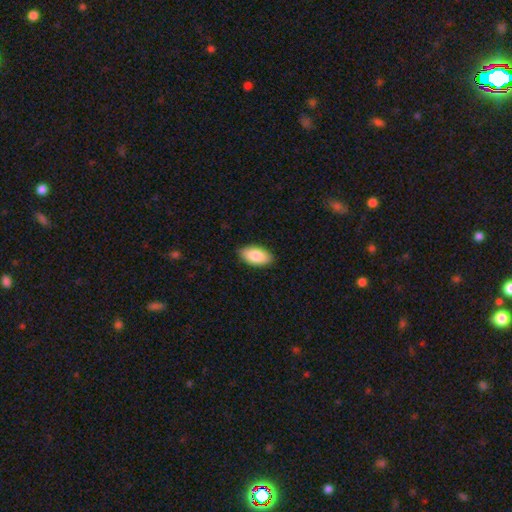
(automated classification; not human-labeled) Smooth or featured? smooth (86%)
How rounded? in between (95%)
Merging? none (89%)